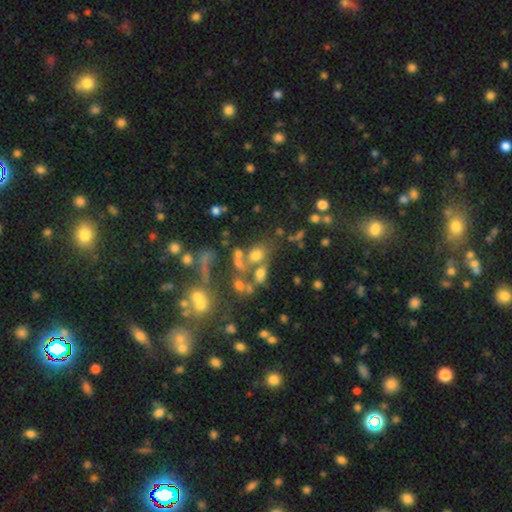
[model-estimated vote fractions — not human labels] smooth 49%, star or artifact 32%, featured or disk 19%. Down the decision tree: merging — none (49%).